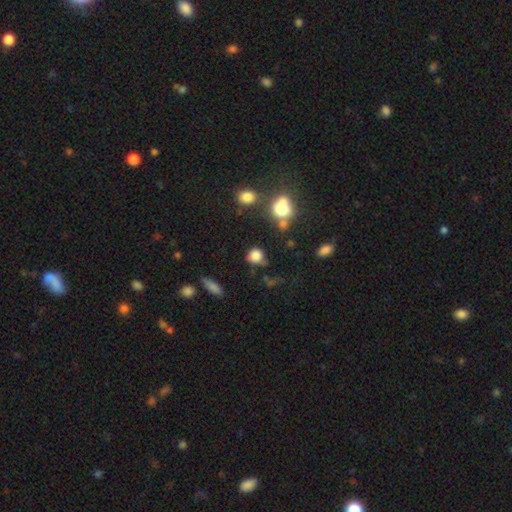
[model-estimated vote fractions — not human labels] This is clearly a smooth galaxy (80%). How rounded: likely round (76%). Merging: possibly none (60%).